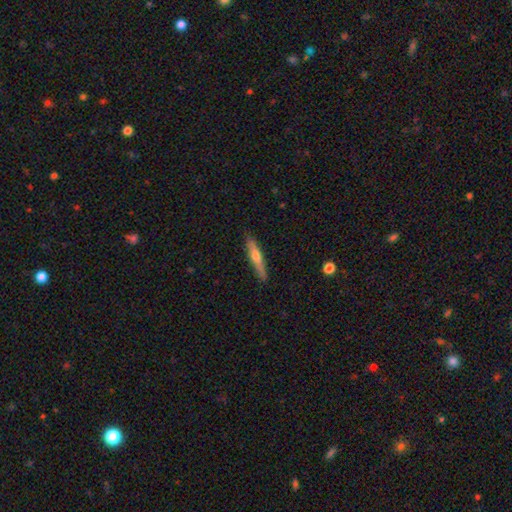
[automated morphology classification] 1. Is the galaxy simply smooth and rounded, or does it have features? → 53% featured or disk, 41% smooth, 6% star or artifact.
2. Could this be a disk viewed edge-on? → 95% yes, 5% no.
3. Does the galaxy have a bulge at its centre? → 84% rounded, 12% none, 5% boxy.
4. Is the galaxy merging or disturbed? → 89% none, 8% minor disturbance, 2% major disturbance, 1% merger.